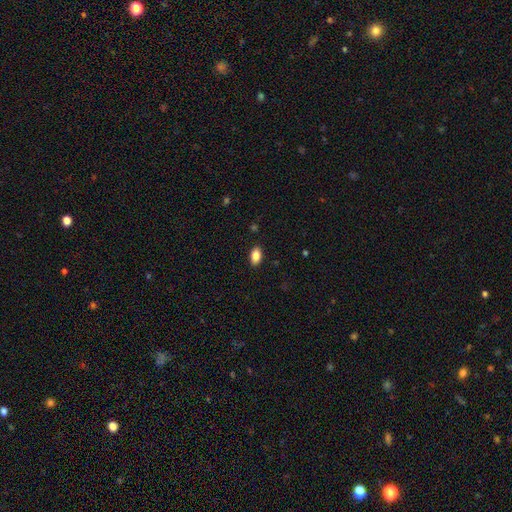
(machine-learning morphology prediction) A smooth galaxy with no disk features (86%) that is in between round and cigar-shaped (92%). Merging: none (89%).